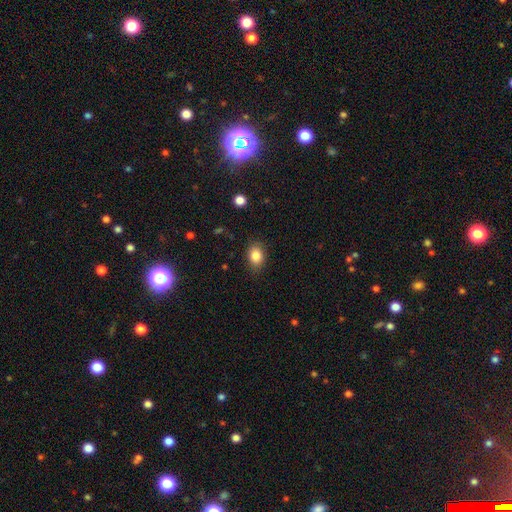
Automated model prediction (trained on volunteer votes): Morphology: type=smooth (84%); roundness=in between (72%); merging=none (84%).